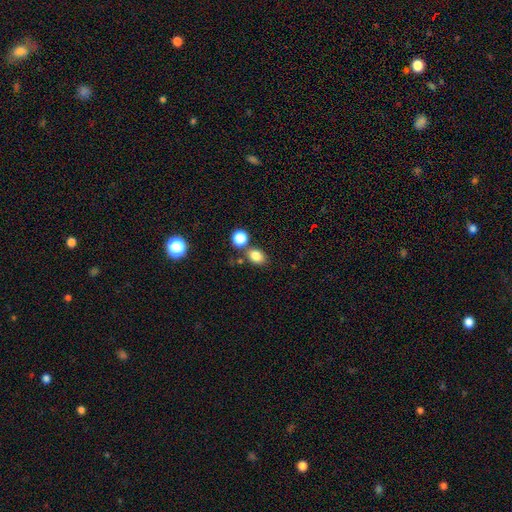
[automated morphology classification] The model was most divided on "how rounded": in between: 62%, round: 37%, cigar-shaped: 1%. More confident: smooth or featured — smooth (83%); merging — none (67%).